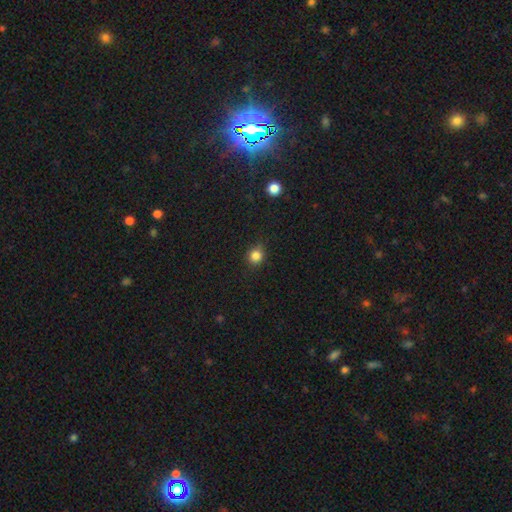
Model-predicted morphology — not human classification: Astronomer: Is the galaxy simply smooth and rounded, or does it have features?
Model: smooth — 82%.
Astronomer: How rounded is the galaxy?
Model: round — 85%.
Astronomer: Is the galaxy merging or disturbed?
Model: none — 80%.